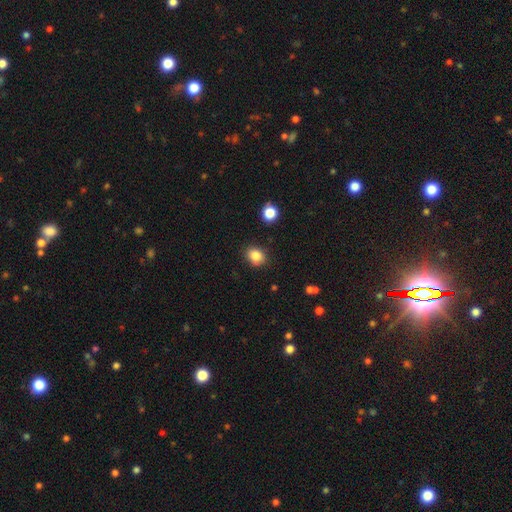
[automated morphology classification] smooth 84%, star or artifact 11%, featured or disk 5%. Down the decision tree: how rounded — round (59%); merging — none (83%).